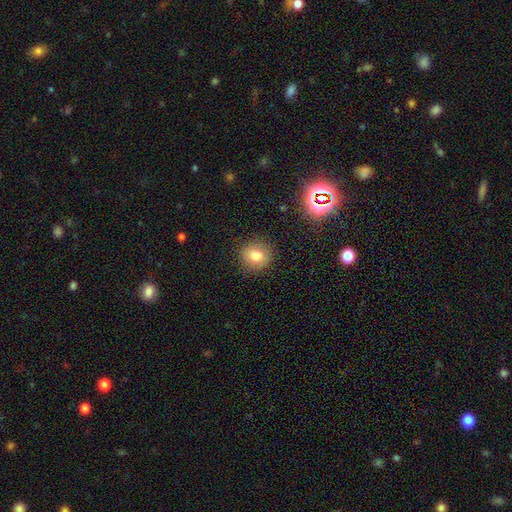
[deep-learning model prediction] Q: Smooth or featured?
A: smooth (78%); runner-up: star or artifact (12%)
Q: How rounded?
A: round (83%); runner-up: in between (16%)
Q: Merging?
A: none (85%); runner-up: minor disturbance (10%)